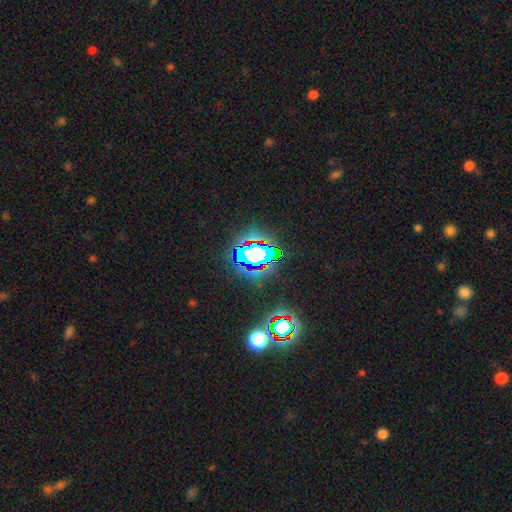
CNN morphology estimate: Overall: star or artifact (63%).